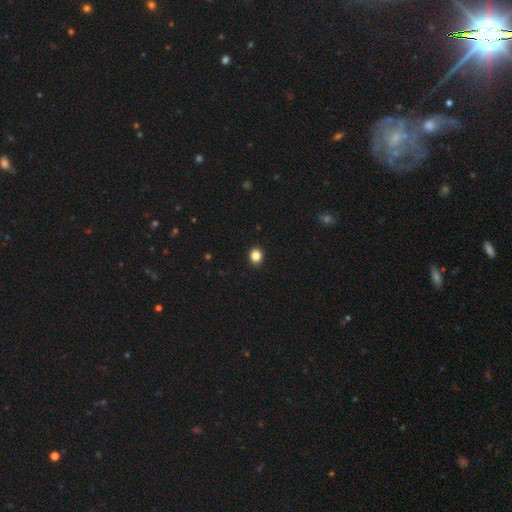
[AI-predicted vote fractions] smooth 85%, star or artifact 11%, featured or disk 4%. Down the decision tree: how rounded — round (73%); merging — none (91%).